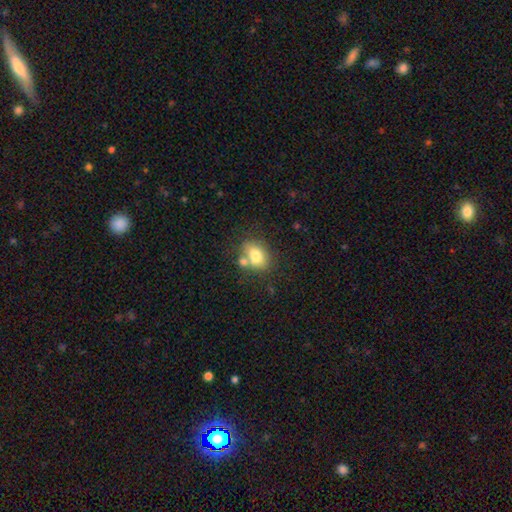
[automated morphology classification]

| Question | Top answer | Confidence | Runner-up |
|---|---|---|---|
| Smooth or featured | smooth | 75% | featured or disk (16%) |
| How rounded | in between | 69% | round (29%) |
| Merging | none | 55% | merger (25%) |